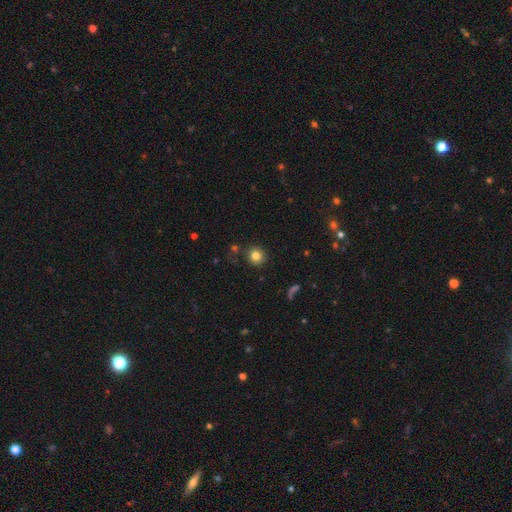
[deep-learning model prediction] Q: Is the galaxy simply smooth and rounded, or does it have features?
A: smooth — 82%.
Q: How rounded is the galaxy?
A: round — 89%.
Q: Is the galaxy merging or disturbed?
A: none — 87%.